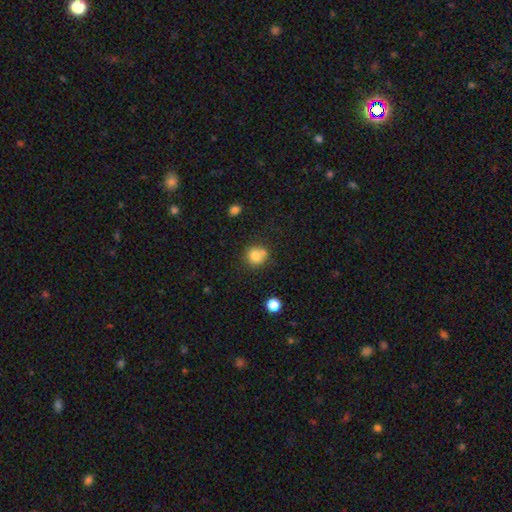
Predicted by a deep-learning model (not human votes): Smooth or featured?
  - smooth: 78% *
  - star or artifact: 11%
  - featured or disk: 11%
How rounded?
  - round: 85% *
  - in between: 14%
  - cigar-shaped: 1%
Merging?
  - none: 57% *
  - merger: 24%
  - minor disturbance: 14%
  - major disturbance: 5%